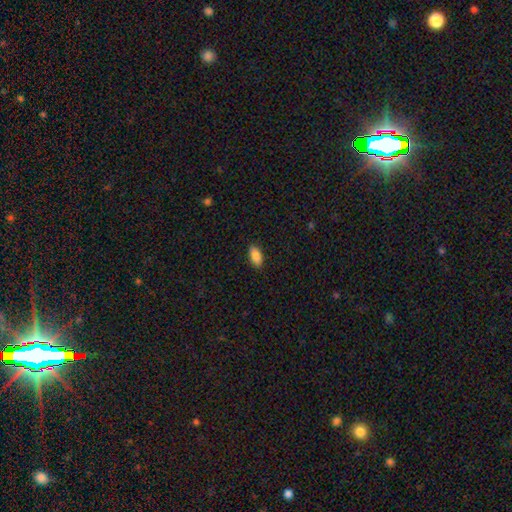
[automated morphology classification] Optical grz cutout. It shows a smooth galaxy with no disk features (88%) that is in between round and cigar-shaped (91%). Merging: none (89%).